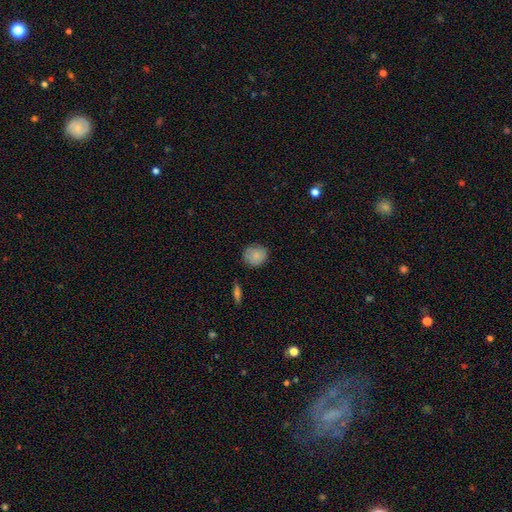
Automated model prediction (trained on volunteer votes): Smooth or featured? Predicted: smooth (p=0.84). How rounded? Predicted: round (p=0.82). Merging? Predicted: none (p=0.79).